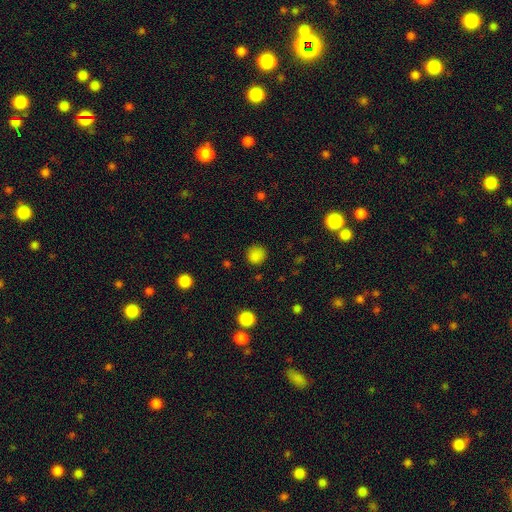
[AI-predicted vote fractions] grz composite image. It shows a smooth galaxy with no disk features (84%) that is round (91%). Merging: none (86%).